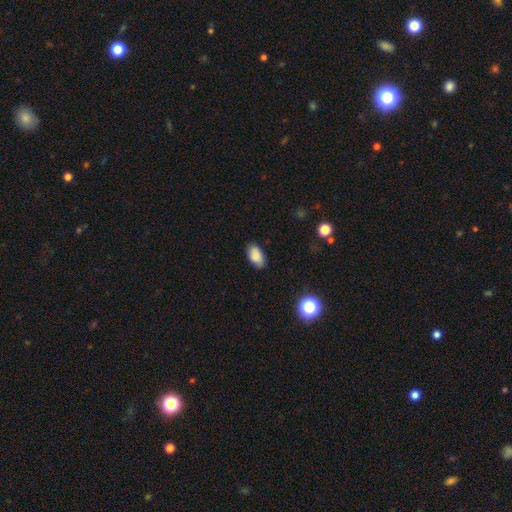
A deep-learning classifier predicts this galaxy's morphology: smooth_or_featured: smooth (p=0.87) [alt: star or artifact p=0.08]
how_rounded: in between (p=0.92) [alt: round p=0.06]
merging: none (p=0.83) [alt: minor disturbance p=0.13]